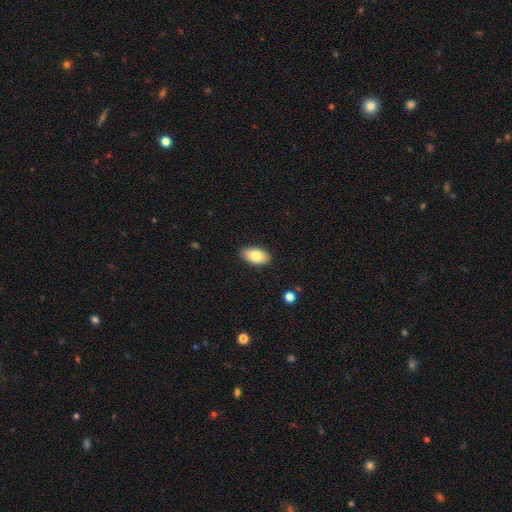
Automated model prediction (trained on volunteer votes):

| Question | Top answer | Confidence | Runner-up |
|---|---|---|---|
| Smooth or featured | smooth | 82% | featured or disk (12%) |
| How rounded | in between | 94% | round (4%) |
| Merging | none | 89% | minor disturbance (8%) |